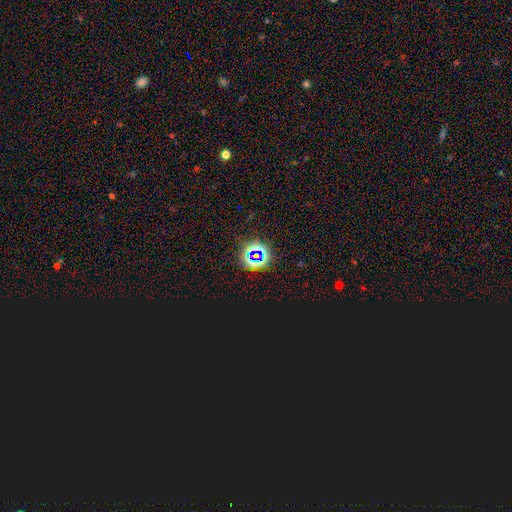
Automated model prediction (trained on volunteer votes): A star or artifact, not a galaxy (74%).